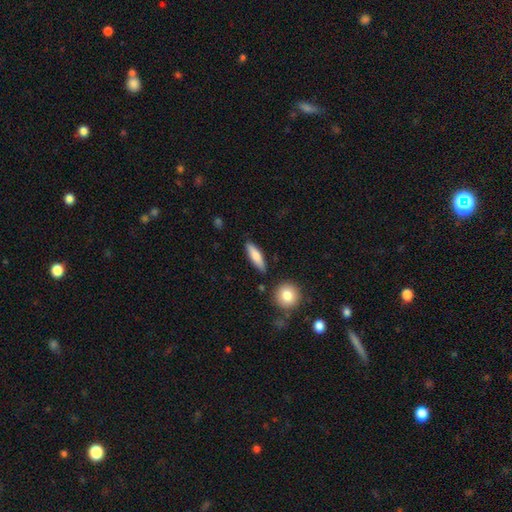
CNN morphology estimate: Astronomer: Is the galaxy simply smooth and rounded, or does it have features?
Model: smooth — 73%.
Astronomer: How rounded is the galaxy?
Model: cigar-shaped — 62%.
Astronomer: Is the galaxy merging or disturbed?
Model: none — 85%.